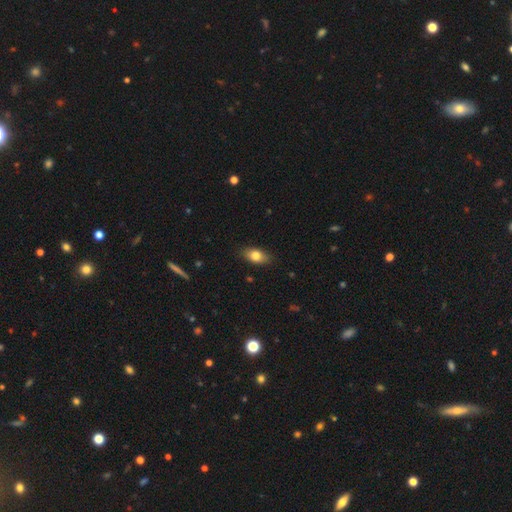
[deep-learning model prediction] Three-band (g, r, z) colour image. It shows a smooth galaxy with no disk features (80%) that is in between round and cigar-shaped (86%). Merging: none (86%).